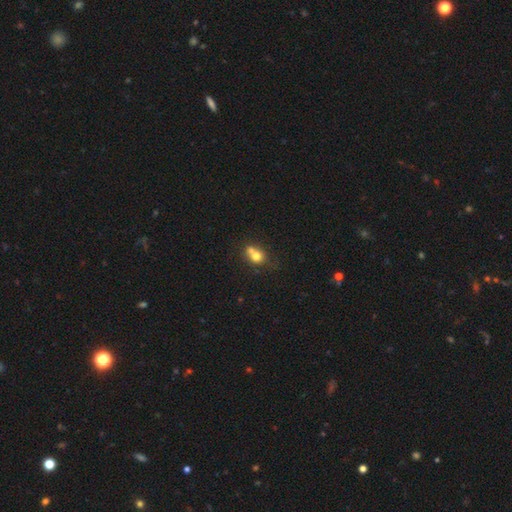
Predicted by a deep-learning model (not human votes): A smooth galaxy with no disk features (71%) that is round (67%). Merging: merger (51%).